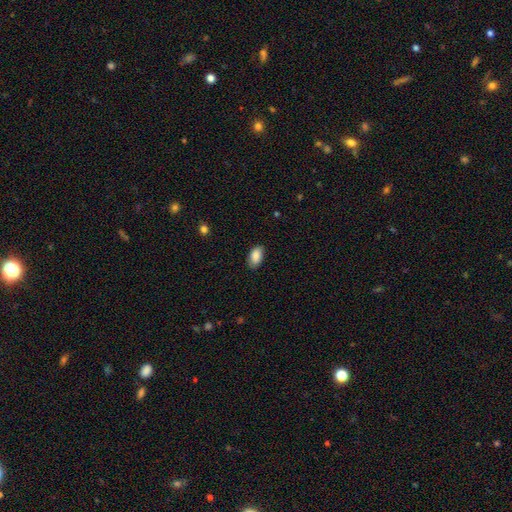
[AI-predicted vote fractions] Smooth or featured? Predicted: smooth (p=0.89). How rounded? Predicted: in between (p=0.94). Merging? Predicted: none (p=0.85).